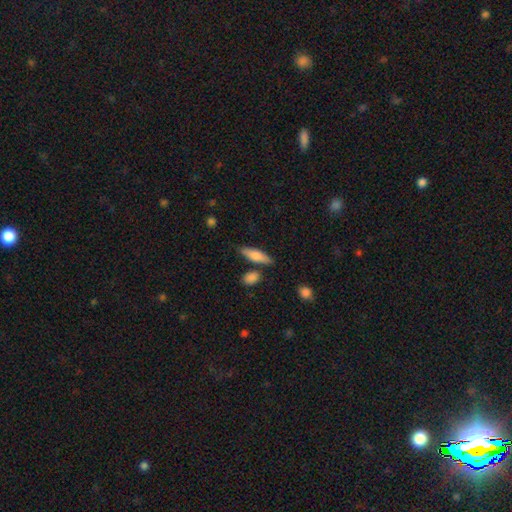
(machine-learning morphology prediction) smooth 72%, featured or disk 21%, star or artifact 6%. Down the decision tree: how rounded — cigar-shaped (51%); merging — none (76%).